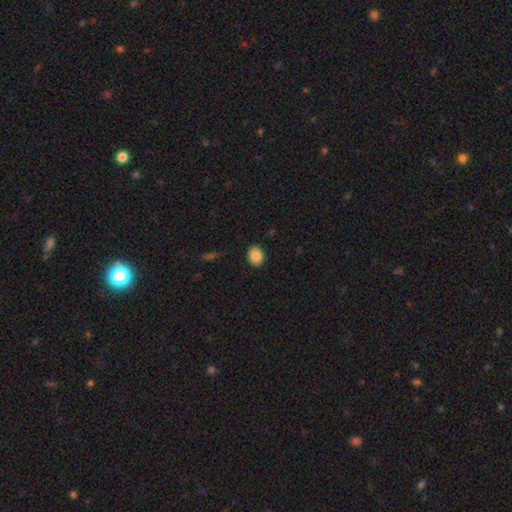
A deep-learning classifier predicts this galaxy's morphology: Smooth or featured: smooth — 87% (star or artifact — 8%)
How rounded: round — 55% (in between — 45%)
Merging: none — 90% (minor disturbance — 7%)